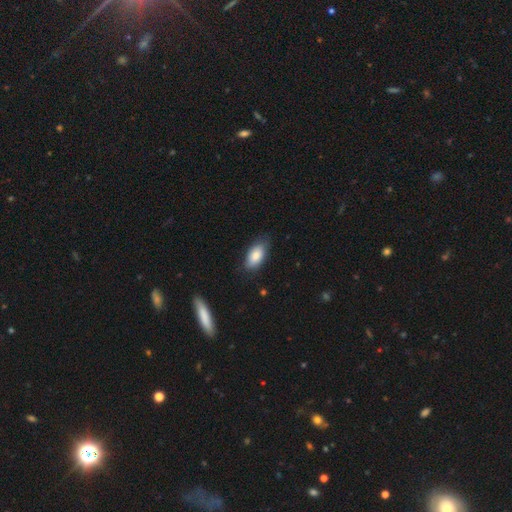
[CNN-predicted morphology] Overall: smooth (82%). How rounded: in between (92%). Merging: none (76%).